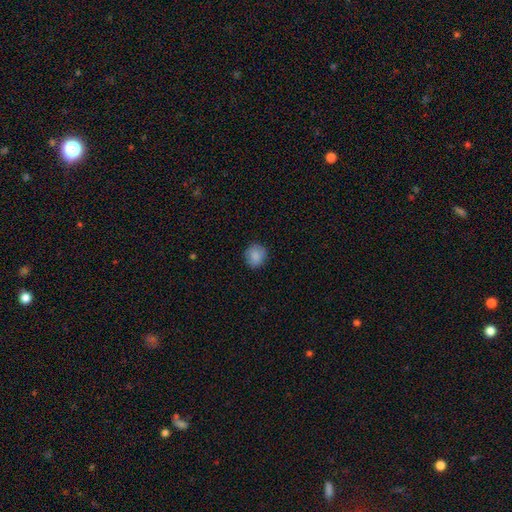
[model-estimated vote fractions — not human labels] Morphology: type=smooth (87%); roundness=round (85%); merging=none (86%).